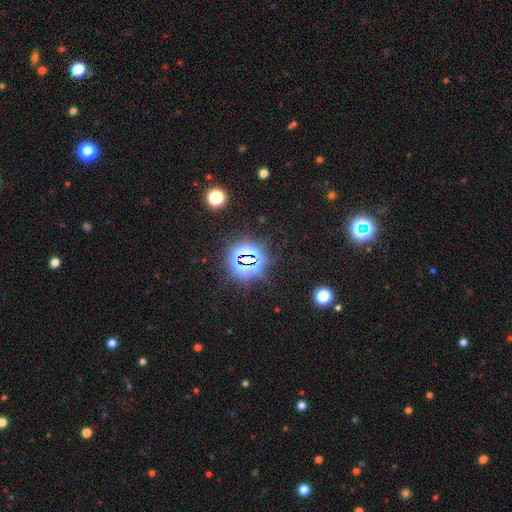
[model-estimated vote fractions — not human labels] Morphology: type=star or artifact (79%).